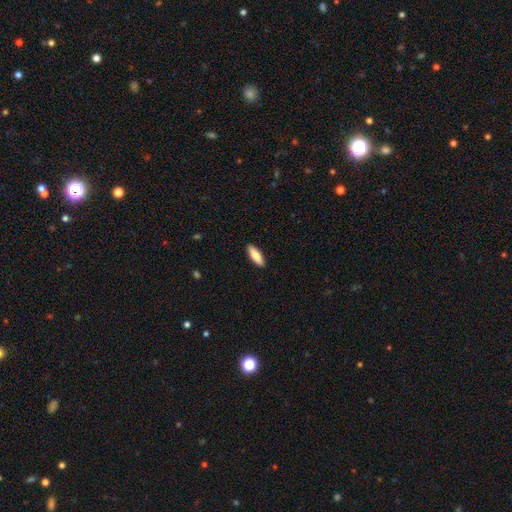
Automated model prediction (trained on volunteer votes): Q: Smooth or featured?
A: smooth (84%); runner-up: featured or disk (11%)
Q: How rounded?
A: in between (59%); runner-up: cigar-shaped (39%)
Q: Merging?
A: none (90%); runner-up: minor disturbance (7%)